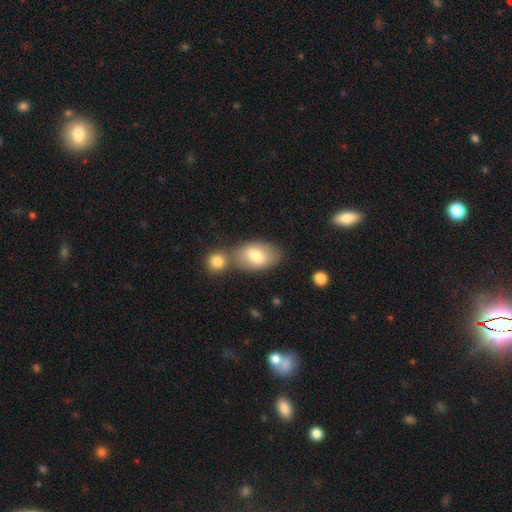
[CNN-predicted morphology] smooth-or-featured: smooth: 77% | featured or disk: 17% | star or artifact: 7%
  how-rounded: in between: 90% | round: 9% | cigar-shaped: 2%
  merging: none: 49% | merger: 36% | minor disturbance: 11% | major disturbance: 4%